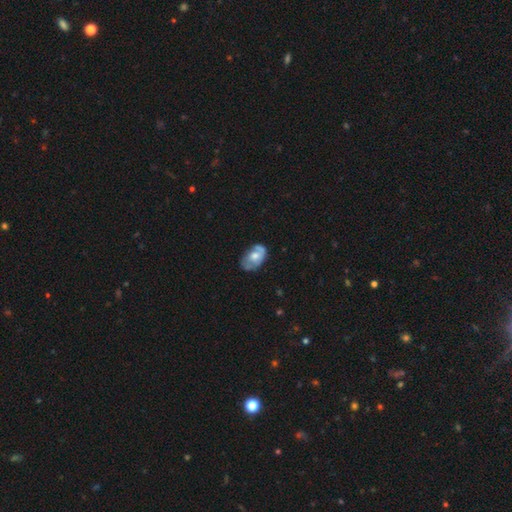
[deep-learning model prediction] smooth_or_featured: featured or disk (p=0.47) [alt: smooth p=0.46]
merging: none (p=0.50) [alt: minor disturbance p=0.33]